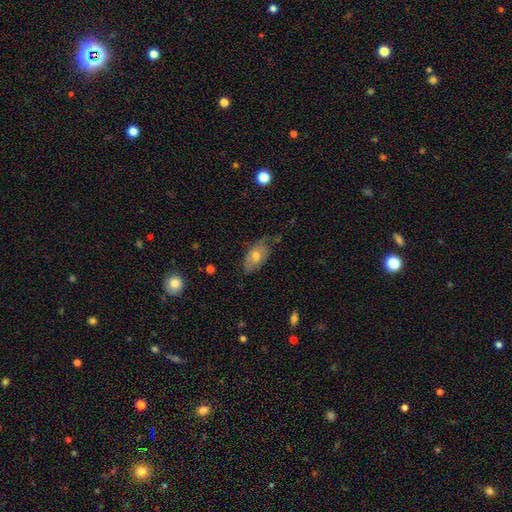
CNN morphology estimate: smooth-or-featured: smooth: 53% | featured or disk: 39% | star or artifact: 8%
  how-rounded: in between: 89% | round: 7% | cigar-shaped: 5%
  merging: none: 48% | minor disturbance: 34% | major disturbance: 15% | merger: 2%